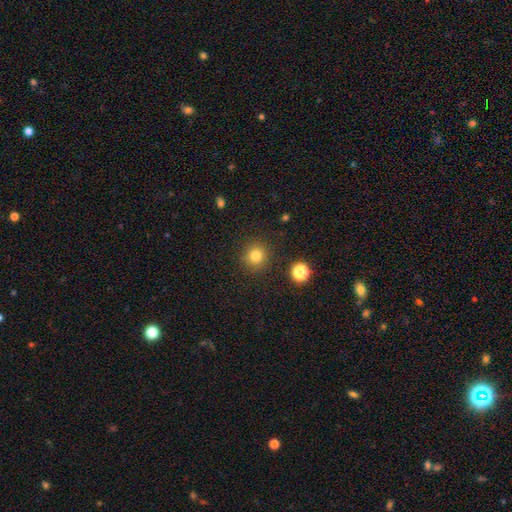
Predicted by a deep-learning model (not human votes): A smooth galaxy with no disk features (80%) that is round (93%).

Vote fractions:
- Smooth or featured? smooth: 80% / star or artifact: 14% / featured or disk: 6%
- How rounded? round: 93% / in between: 6% / cigar-shaped: 1%
- Merging? none: 89% / minor disturbance: 6% / major disturbance: 2% / merger: 2%